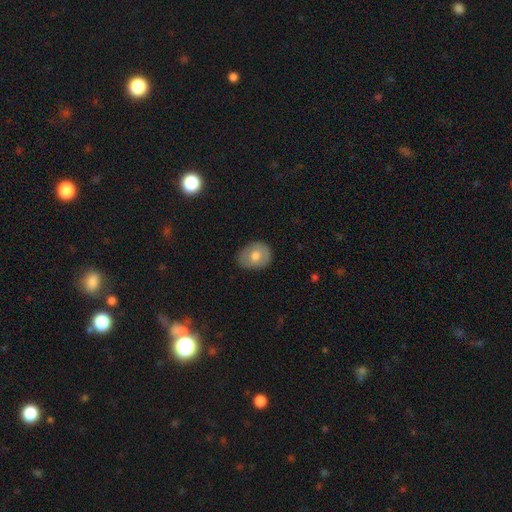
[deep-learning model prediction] smooth-or-featured: smooth: 67% | featured or disk: 26% | star or artifact: 7%
  how-rounded: in between: 53% | round: 46% | cigar-shaped: 1%
  merging: none: 78% | minor disturbance: 17% | major disturbance: 4% | merger: 1%